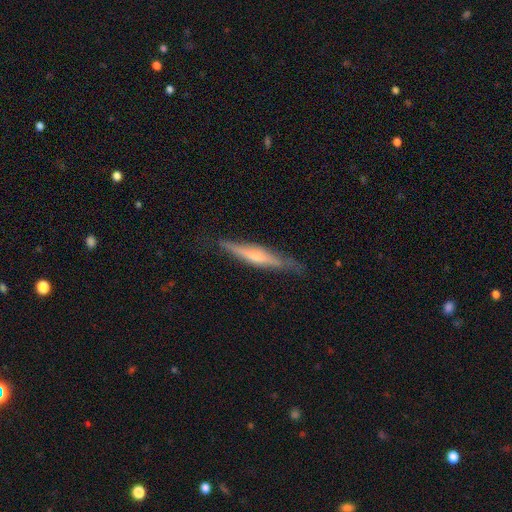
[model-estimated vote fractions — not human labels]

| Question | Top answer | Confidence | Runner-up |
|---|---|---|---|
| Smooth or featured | featured or disk | 63% | smooth (31%) |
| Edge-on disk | yes | 94% | no (6%) |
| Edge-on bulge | rounded | 67% | none (20%) |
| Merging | none | 80% | minor disturbance (16%) |